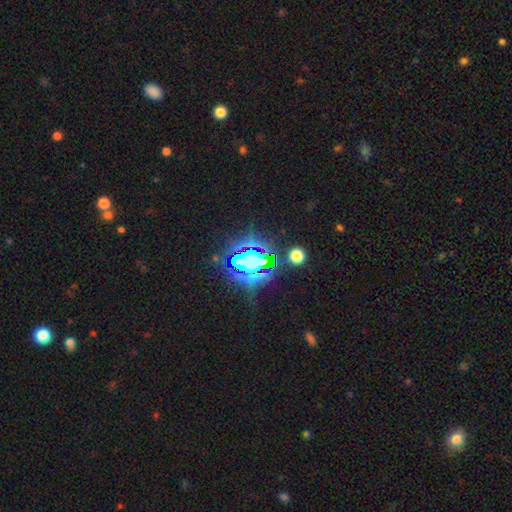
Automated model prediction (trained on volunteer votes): The model was most divided on "smooth or featured": star or artifact: 69%, smooth: 18%, featured or disk: 12%.